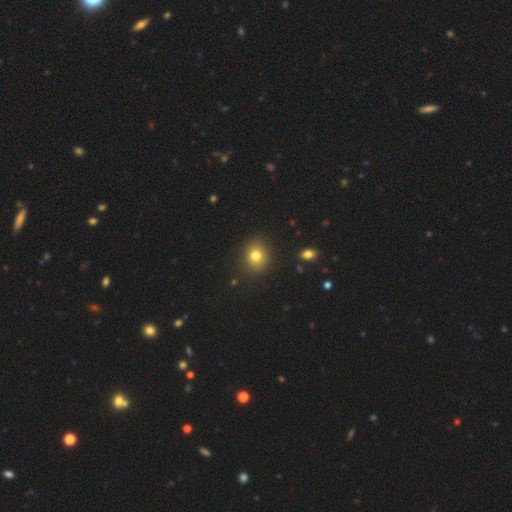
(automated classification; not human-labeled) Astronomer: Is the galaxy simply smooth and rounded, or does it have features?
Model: smooth — 79%.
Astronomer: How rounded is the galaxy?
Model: round — 68%.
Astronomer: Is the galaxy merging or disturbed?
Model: none — 89%.